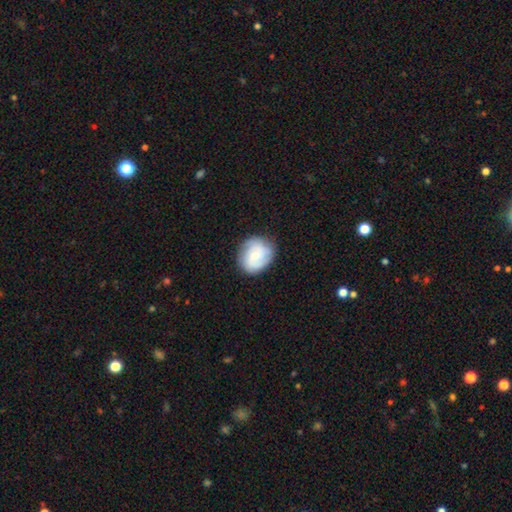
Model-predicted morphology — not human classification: The model was most divided on "bulge size": small: 52%, moderate: 40%, none: 3%, large: 3%, dominant: 1%. Remaining: edge-on disk — no (98%); spiral arms — yes (91%); merging — none (81%); bar — no (61%); smooth or featured — featured or disk (61%); spiral winding — tight (54%); spiral arm count — 2 (42%).